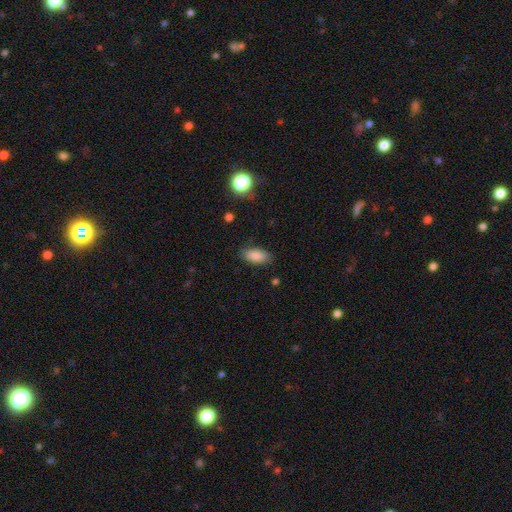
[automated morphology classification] The model was most divided on "merging": none: 84%, minor disturbance: 12%, major disturbance: 3%, merger: 1%. More confident: how rounded — in between (90%); smooth or featured — smooth (87%).